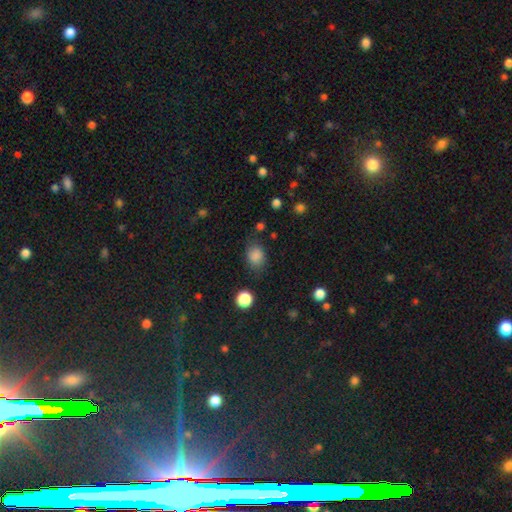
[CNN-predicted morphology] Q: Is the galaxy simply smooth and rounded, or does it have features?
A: smooth — 84%.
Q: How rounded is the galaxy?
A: in between — 53%.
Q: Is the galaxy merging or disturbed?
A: none — 72%.